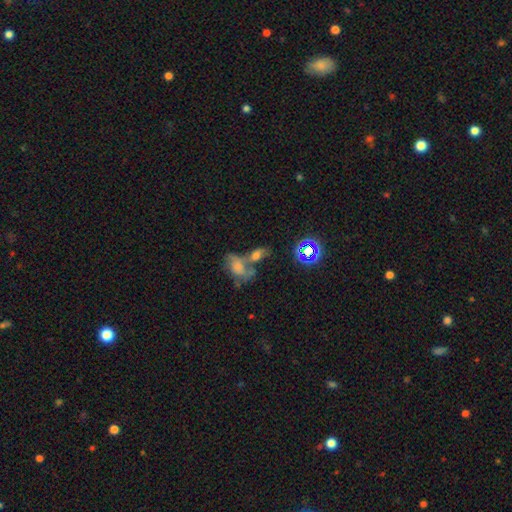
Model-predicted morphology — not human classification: smooth 45%, featured or disk 31%, star or artifact 24%. Down the decision tree: merging — merger (51%).